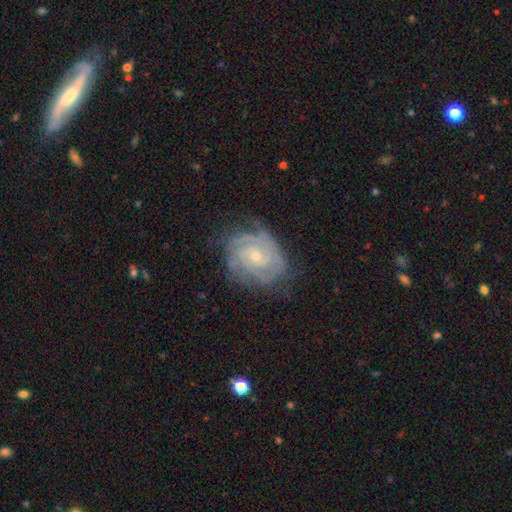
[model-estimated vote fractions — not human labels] Smooth or featured: featured or disk — 88% (smooth — 7%)
Edge-on disk: no — 98% (yes — 2%)
Bar: no — 65% (weak — 29%)
Spiral arms: yes — 97% (no — 3%)
Spiral winding: tight — 74% (medium — 22%)
Spiral arm count: 2 — 32% (3 — 27%)
Bulge size: small — 65% (moderate — 31%)
Merging: none — 70% (minor disturbance — 21%)